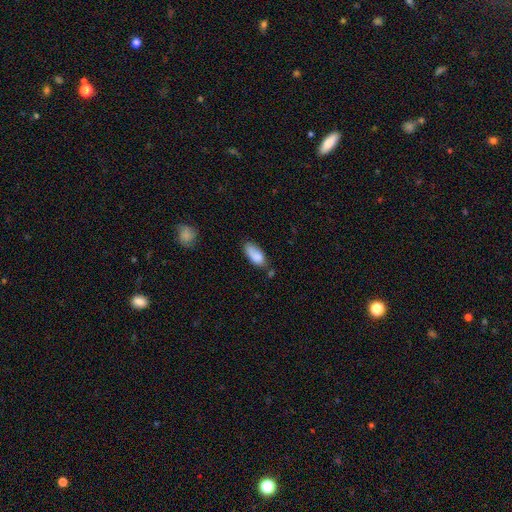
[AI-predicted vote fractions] Smooth or featured? smooth (83%)
How rounded? in between (83%)
Merging? none (53%)